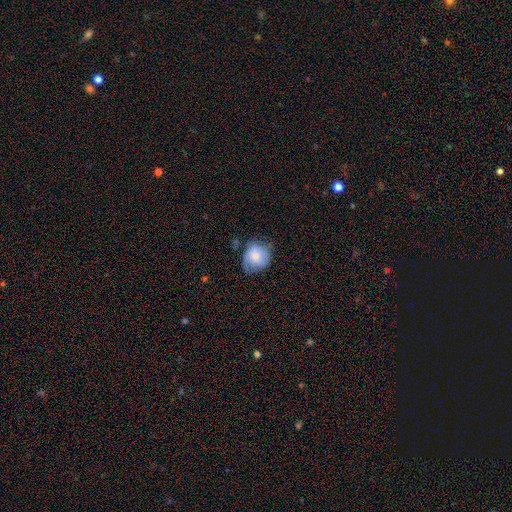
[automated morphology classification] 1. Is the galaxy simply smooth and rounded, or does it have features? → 65% smooth, 27% featured or disk, 8% star or artifact.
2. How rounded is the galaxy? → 64% round, 35% in between, 1% cigar-shaped.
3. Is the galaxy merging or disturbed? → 47% none, 37% minor disturbance, 13% major disturbance, 3% merger.